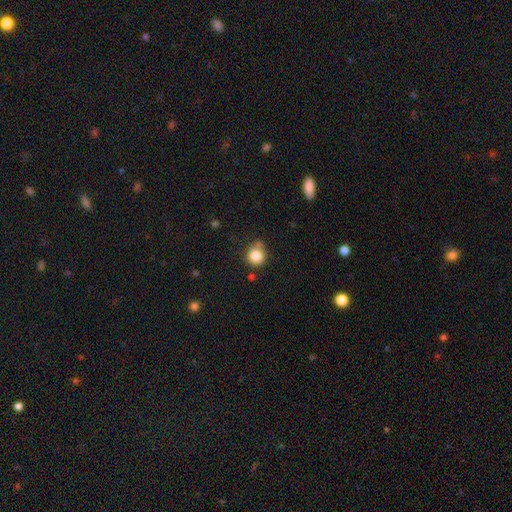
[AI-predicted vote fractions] This is clearly a smooth galaxy (83%). How rounded: clearly round (89%). Merging: likely none (69%).